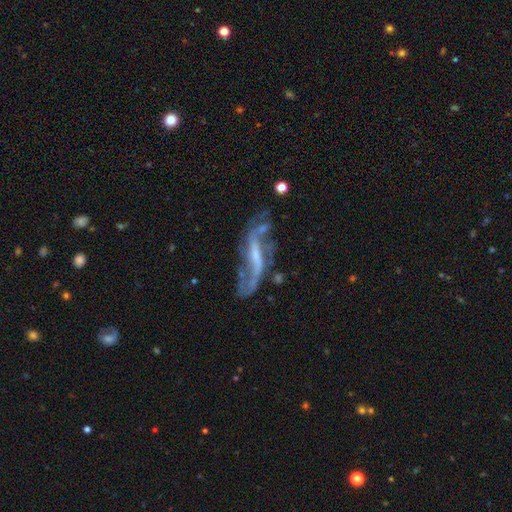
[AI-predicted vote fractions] smooth-or-featured: featured or disk: 82% | smooth: 10% | star or artifact: 8%
  disk-edge-on: no: 82% | yes: 18%
    bar: strong: 39% | weak: 38% | no: 24%
    has-spiral-arms: yes: 87% | no: 13%
      spiral-winding: loose: 75% | medium: 19% | tight: 6%
      spiral-arm-count: 2: 77% | can't tell: 10% | 1: 5% | 3: 4% | 4: 2% | more than 4: 2%
    bulge-size: small: 49% | moderate: 25% | none: 23% | large: 3% | dominant: 1%
  merging: none: 49% | major disturbance: 23% | minor disturbance: 20% | merger: 8%